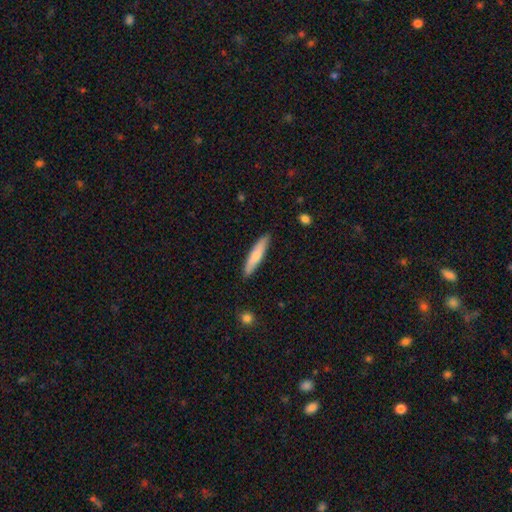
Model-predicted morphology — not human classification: smooth_or_featured: smooth (p=0.72) [alt: featured or disk p=0.23]
how_rounded: cigar-shaped (p=0.86) [alt: in between p=0.13]
merging: none (p=0.88) [alt: minor disturbance p=0.09]